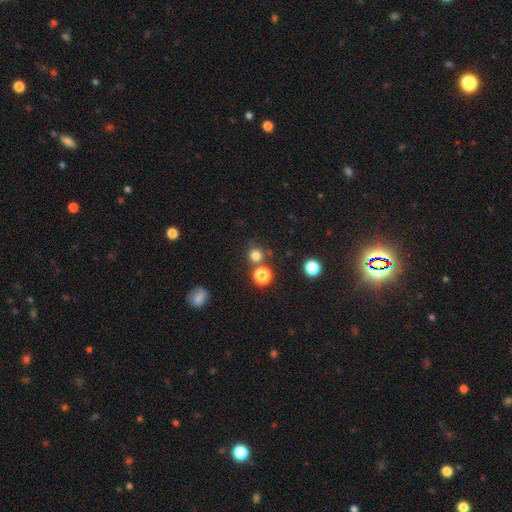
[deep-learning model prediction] A smooth galaxy with no disk features (76%) that is round (91%).

Vote fractions:
- Smooth or featured? smooth: 76% / star or artifact: 18% / featured or disk: 6%
- How rounded? round: 91% / in between: 8% / cigar-shaped: 1%
- Merging? none: 73% / merger: 16% / minor disturbance: 8% / major disturbance: 3%